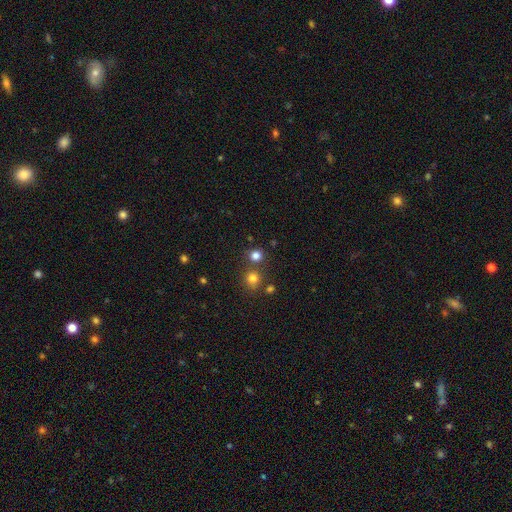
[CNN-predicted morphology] Smooth or featured: smooth — 78% (star or artifact — 17%)
How rounded: round — 88% (in between — 12%)
Merging: none — 72% (merger — 18%)